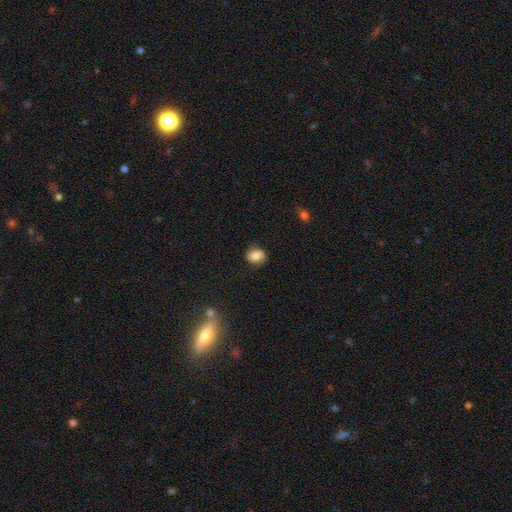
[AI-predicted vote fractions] Q: Smooth or featured?
A: smooth (76%); runner-up: featured or disk (15%)
Q: How rounded?
A: in between (58%); runner-up: round (41%)
Q: Merging?
A: none (73%); runner-up: minor disturbance (19%)